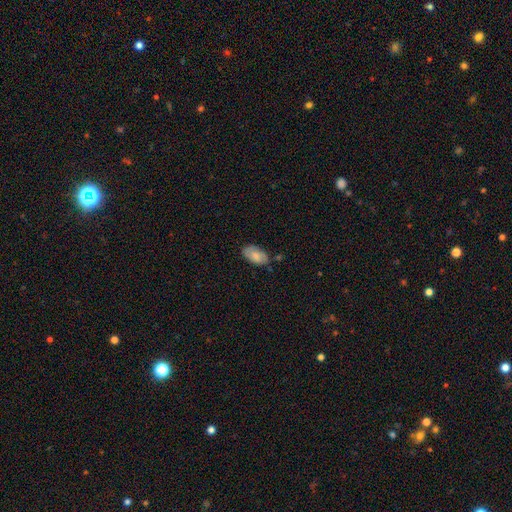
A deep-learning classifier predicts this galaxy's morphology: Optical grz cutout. It shows a smooth galaxy with no disk features (75%) that is in between round and cigar-shaped (94%). Merging: none (70%).